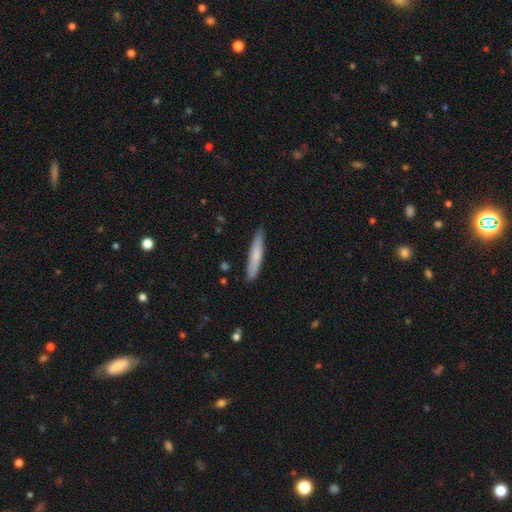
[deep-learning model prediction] Smooth or featured: smooth — 74% (featured or disk — 21%)
How rounded: cigar-shaped — 91% (in between — 8%)
Merging: none — 85% (minor disturbance — 11%)